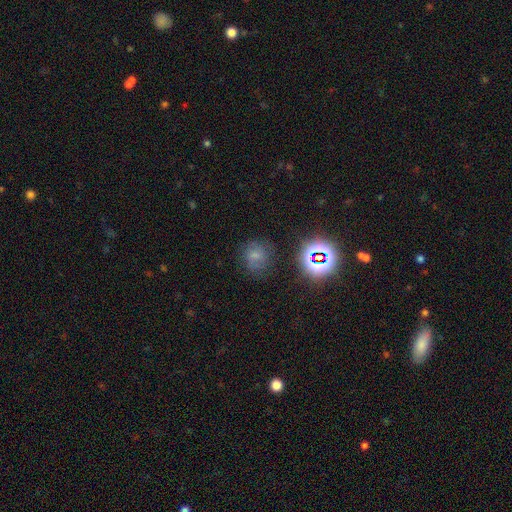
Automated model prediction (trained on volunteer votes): Smooth or featured: smooth — 55% (star or artifact — 25%)
How rounded: round — 74% (in between — 25%)
Merging: none — 68% (minor disturbance — 19%)